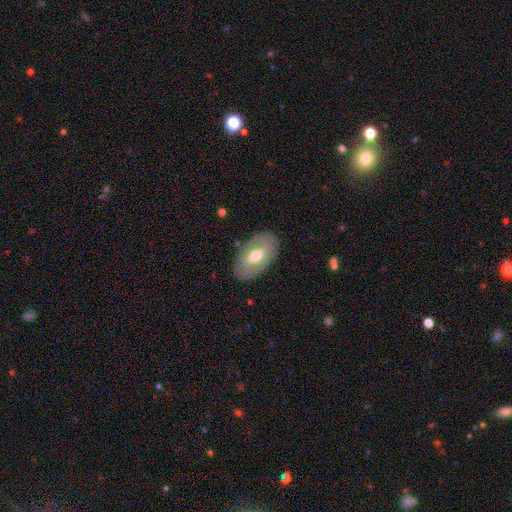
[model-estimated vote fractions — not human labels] This is possibly a featured or disk galaxy (49%). Merging: clearly none (83%).